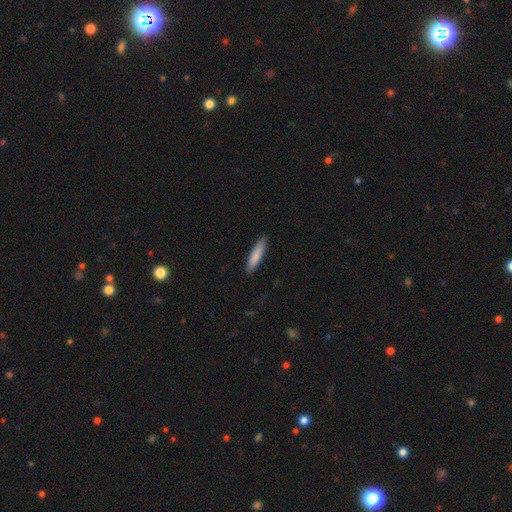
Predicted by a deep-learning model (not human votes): This is clearly a smooth galaxy (84%). How rounded: clearly cigar-shaped (81%). Merging: clearly none (87%).